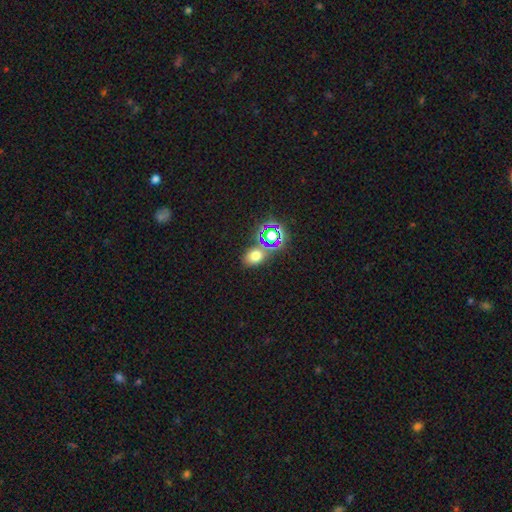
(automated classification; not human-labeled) smooth 62%, star or artifact 29%, featured or disk 9%. Down the decision tree: how rounded — in between (66%); merging — none (69%).